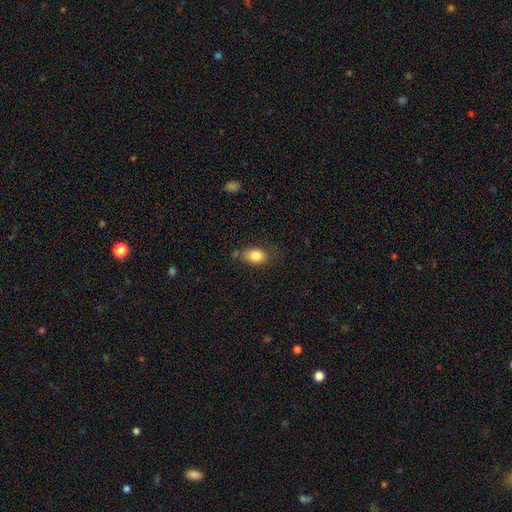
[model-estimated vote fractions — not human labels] The model was most divided on "merging": none: 68%, minor disturbance: 21%, major disturbance: 6%, merger: 6%. More confident: smooth or featured — smooth (83%); how rounded — in between (80%).